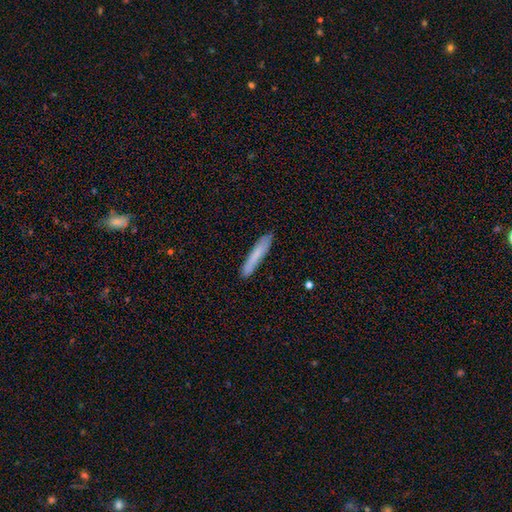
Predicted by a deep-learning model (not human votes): Smooth or featured? Predicted: smooth (p=0.74). How rounded? Predicted: cigar-shaped (p=0.94). Merging? Predicted: none (p=0.86).